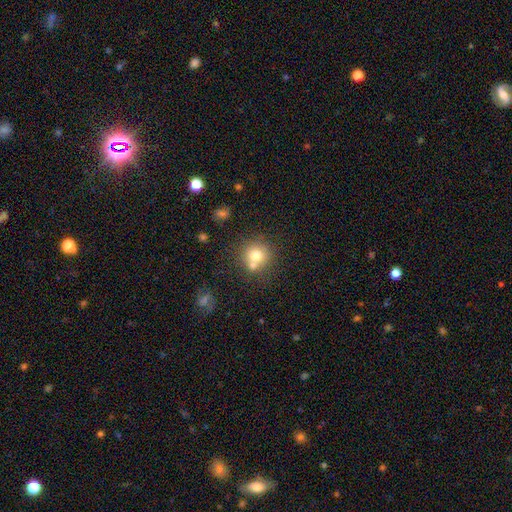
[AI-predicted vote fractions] Smooth or featured? Predicted: smooth (p=0.74). How rounded? Predicted: round (p=0.89). Merging? Predicted: none (p=0.58).